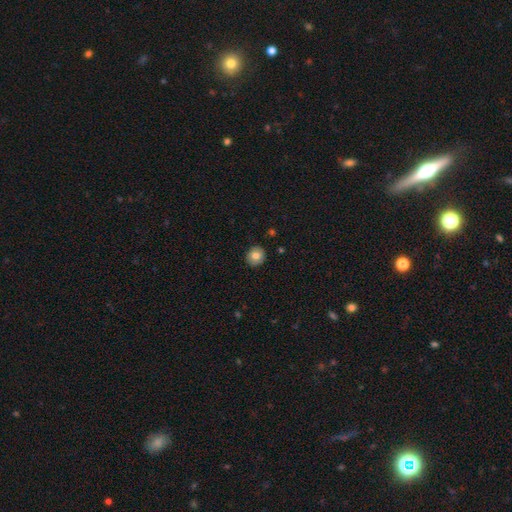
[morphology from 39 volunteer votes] Smooth or featured: smooth — 85% (featured or disk — 10%)
How rounded: round — 91% (in between — 9%)
Merging: none — 86% (minor disturbance — 14%)